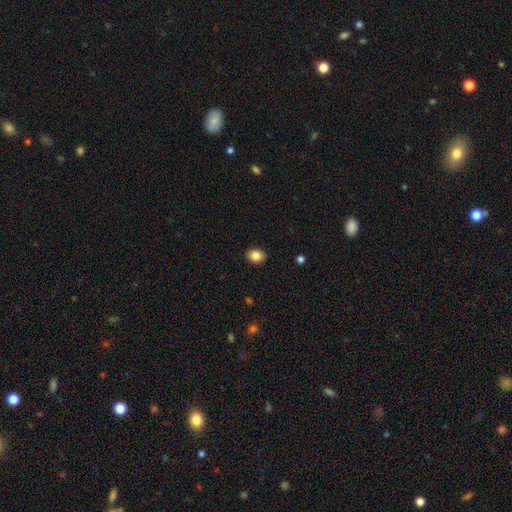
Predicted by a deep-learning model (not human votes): smooth-or-featured: smooth: 85% | star or artifact: 9% | featured or disk: 6%
  how-rounded: in between: 56% | round: 43% | cigar-shaped: 1%
  merging: none: 89% | minor disturbance: 8% | major disturbance: 2% | merger: 1%